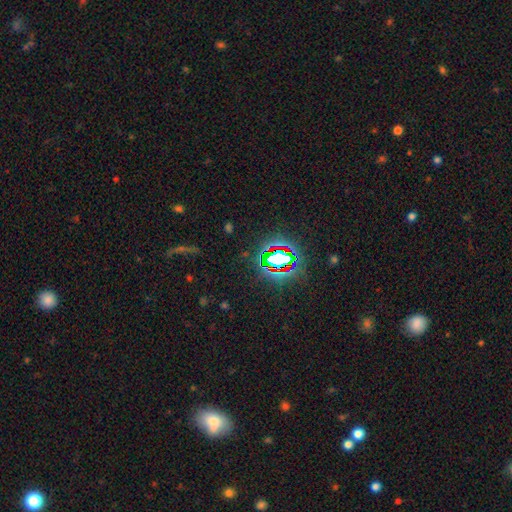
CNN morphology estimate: This appears to be a star or artifact, not a galaxy (78%).